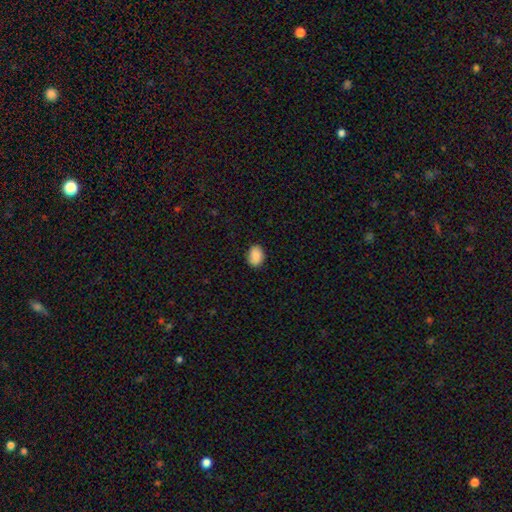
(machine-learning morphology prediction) The model was most divided on "how rounded": in between: 70%, round: 29%, cigar-shaped: 1%. More confident: smooth or featured — smooth (88%); merging — none (82%).